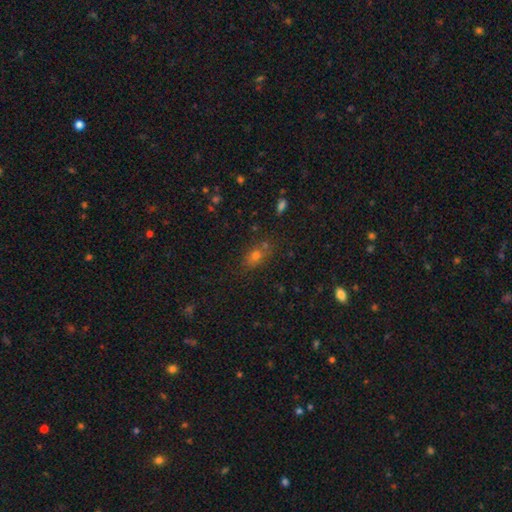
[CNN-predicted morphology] Smooth or featured: smooth — 65% (star or artifact — 23%)
How rounded: in between — 62% (round — 34%)
Merging: none — 66% (minor disturbance — 15%)